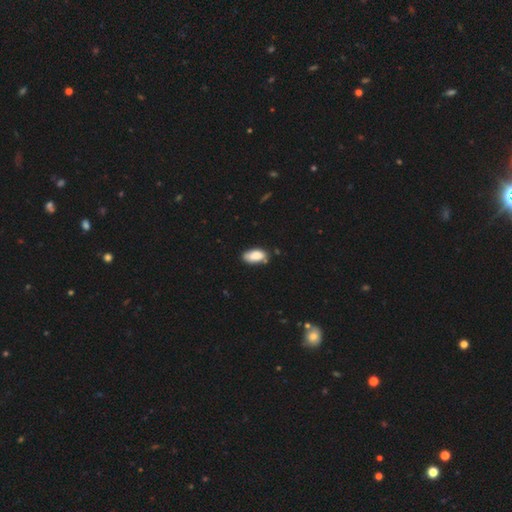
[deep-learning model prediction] smooth-or-featured: smooth: 85% | featured or disk: 8% | star or artifact: 7%
  how-rounded: in between: 92% | cigar-shaped: 5% | round: 3%
  merging: none: 70% | minor disturbance: 23% | merger: 4% | major disturbance: 4%